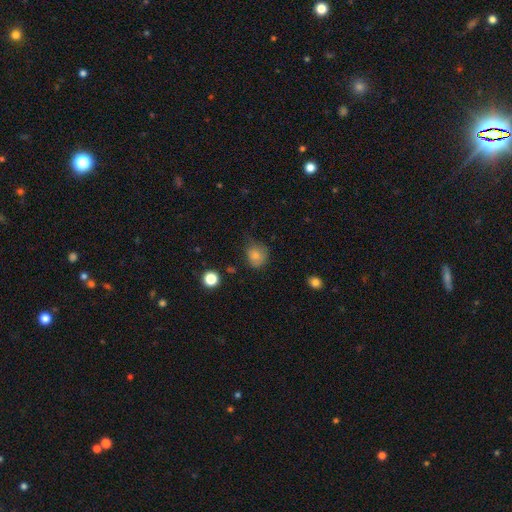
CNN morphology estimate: Smooth or featured: smooth — 79% (star or artifact — 11%)
How rounded: round — 71% (in between — 28%)
Merging: none — 54% (minor disturbance — 32%)